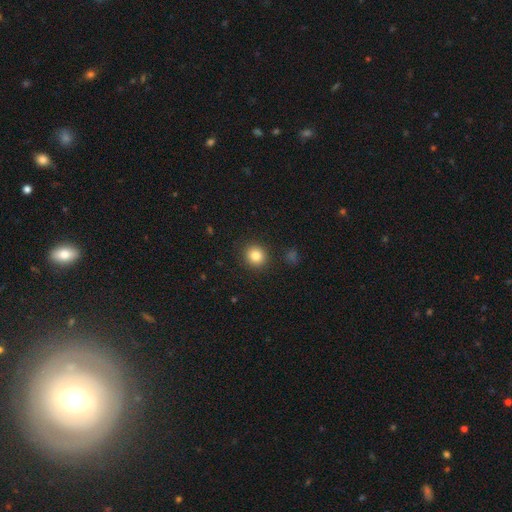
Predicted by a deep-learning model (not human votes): Smooth or featured? Predicted: smooth (p=0.83). How rounded? Predicted: round (p=0.90). Merging? Predicted: none (p=0.90).